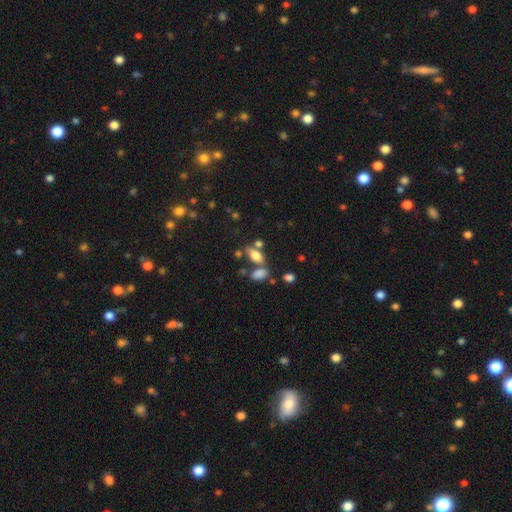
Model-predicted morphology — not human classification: The model was most divided on "merging": none: 56%, merger: 25%, minor disturbance: 13%, major disturbance: 6%. More confident: how rounded — in between (86%); smooth or featured — smooth (77%).